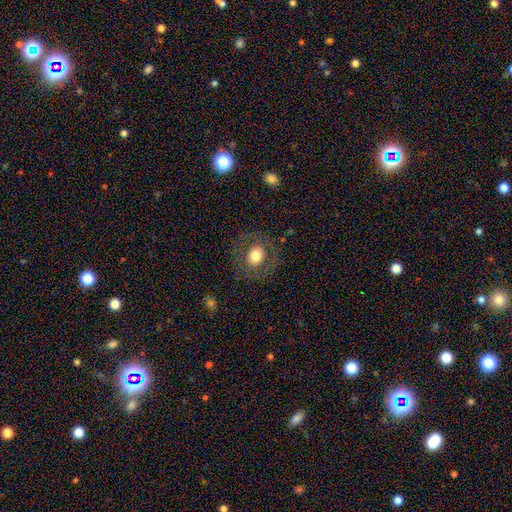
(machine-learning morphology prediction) A smooth galaxy with no disk features (66%) that is round (76%). Merging: none (81%).